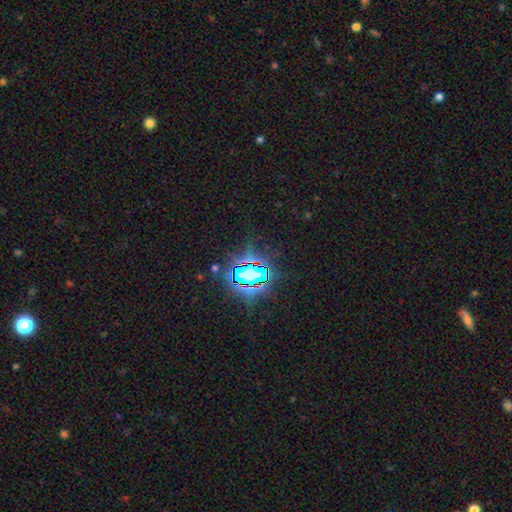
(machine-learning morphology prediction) The model was most divided on "smooth or featured": star or artifact: 84%, smooth: 10%, featured or disk: 7%.